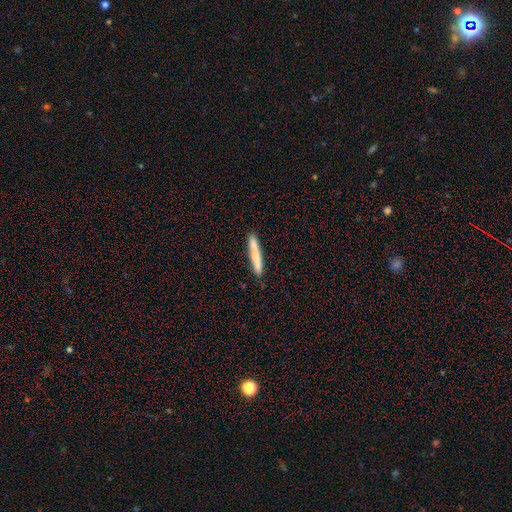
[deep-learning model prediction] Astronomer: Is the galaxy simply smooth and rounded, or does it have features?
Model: smooth — 71%.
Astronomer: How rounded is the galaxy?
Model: cigar-shaped — 95%.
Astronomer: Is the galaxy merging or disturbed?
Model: none — 85%.